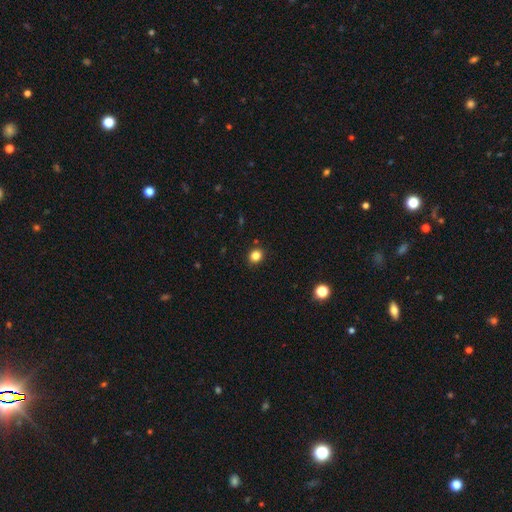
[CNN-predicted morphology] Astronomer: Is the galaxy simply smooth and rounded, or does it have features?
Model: smooth — 84%.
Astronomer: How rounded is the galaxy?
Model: round — 75%.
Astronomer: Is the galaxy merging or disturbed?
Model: none — 90%.